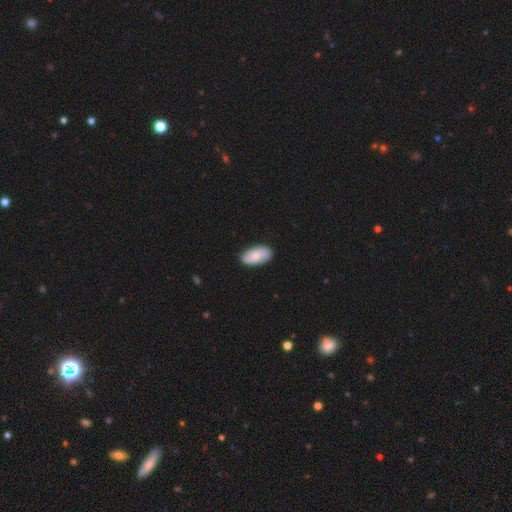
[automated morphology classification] Overall: smooth (72%). How rounded: in between (94%). Merging: none (86%).